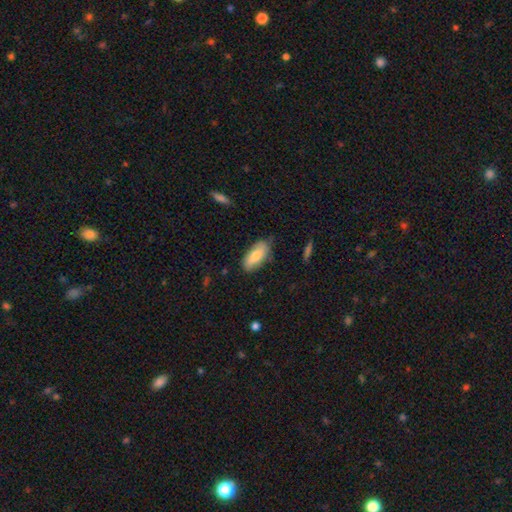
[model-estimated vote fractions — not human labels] Smooth or featured: smooth — 74% (featured or disk — 20%)
How rounded: in between — 86% (cigar-shaped — 12%)
Merging: none — 75% (minor disturbance — 20%)